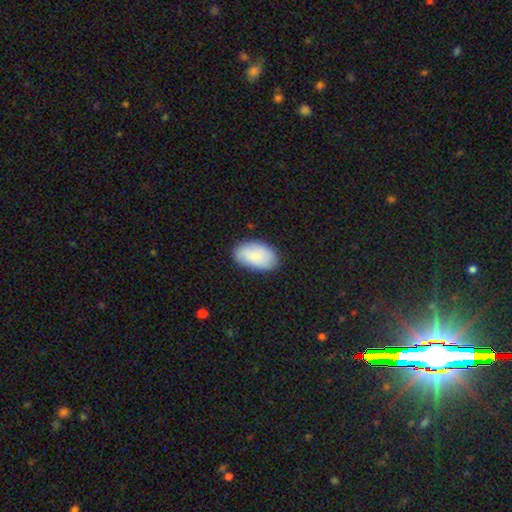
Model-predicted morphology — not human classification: Smooth or featured? smooth (83%)
How rounded? in between (94%)
Merging? none (83%)